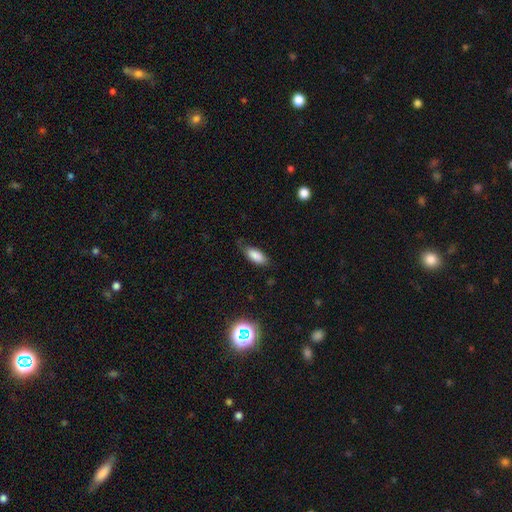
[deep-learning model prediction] Overall: smooth (83%). How rounded: in between (83%). Merging: none (66%; minor disturbance 26%).